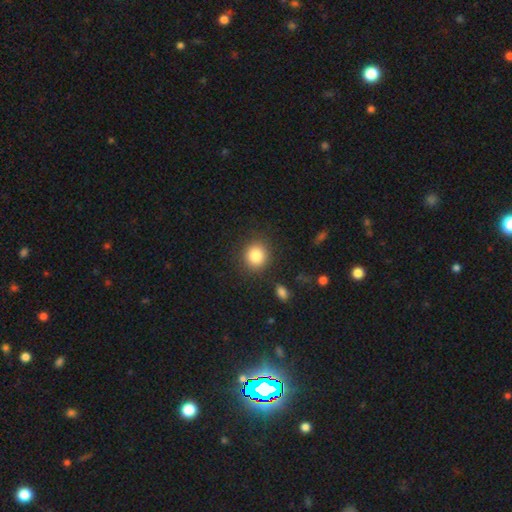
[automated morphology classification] smooth 84%, star or artifact 10%, featured or disk 6%. Down the decision tree: how rounded — round (83%); merging — none (87%).